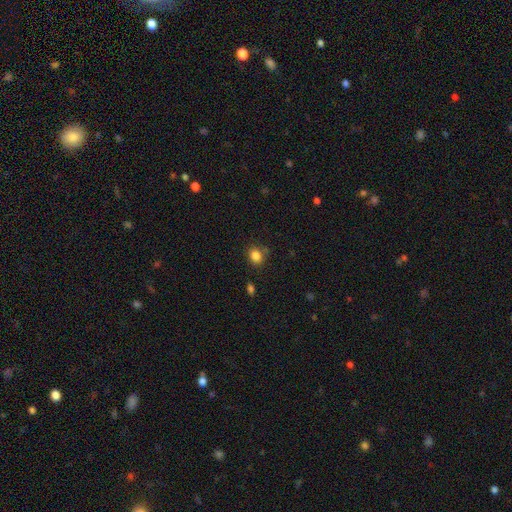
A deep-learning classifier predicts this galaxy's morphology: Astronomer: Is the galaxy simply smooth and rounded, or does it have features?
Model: smooth — 84%.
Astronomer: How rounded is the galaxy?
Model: round — 63%.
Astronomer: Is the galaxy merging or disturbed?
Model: none — 79%.